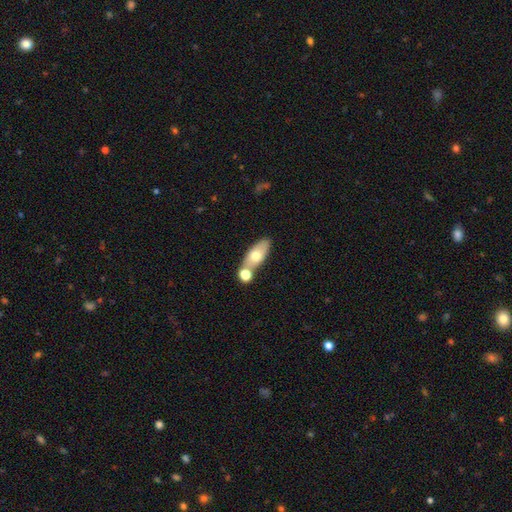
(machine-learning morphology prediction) Smooth or featured? Predicted: smooth (p=0.65). How rounded? Predicted: in between (p=0.77). Merging? Predicted: none (p=0.54).